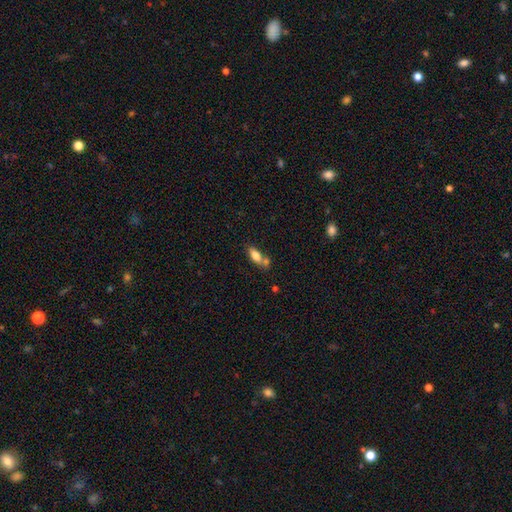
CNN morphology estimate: A smooth galaxy with no disk features (78%) that is in between round and cigar-shaped (80%). Merging: none (48%).